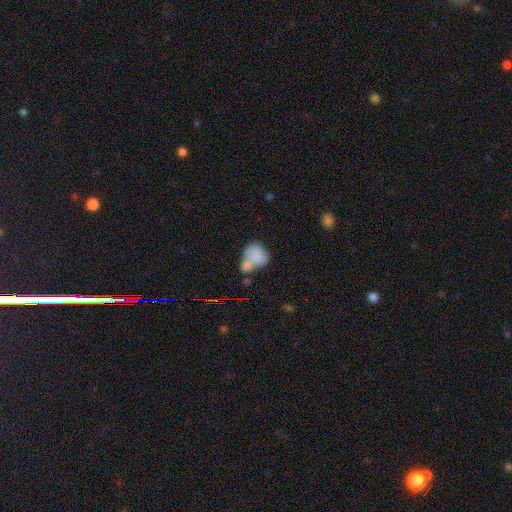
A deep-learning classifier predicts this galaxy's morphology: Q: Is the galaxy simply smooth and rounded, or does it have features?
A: smooth — 73%.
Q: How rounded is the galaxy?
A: in between — 54%.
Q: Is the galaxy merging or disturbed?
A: merger — 58%.